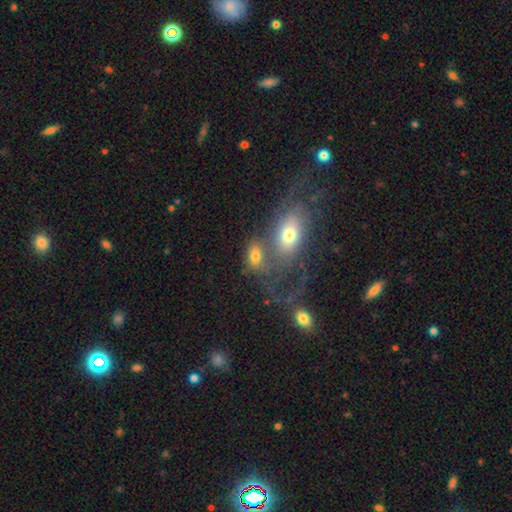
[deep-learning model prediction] The model was most divided on "merging": merger: 39%, none: 34%, minor disturbance: 13%, major disturbance: 13%. More confident: how rounded — in between (83%); smooth or featured — smooth (60%).